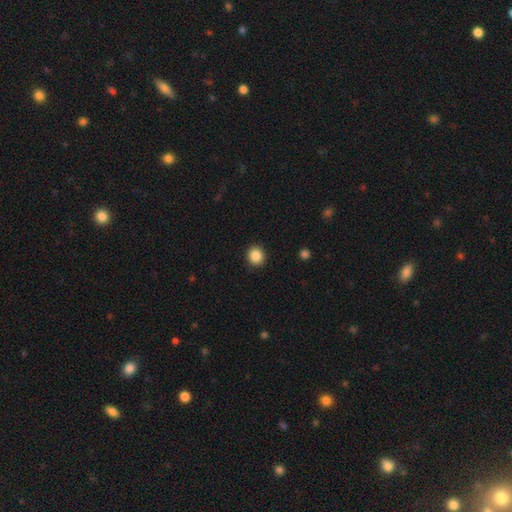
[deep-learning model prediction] Smooth or featured? smooth (87%)
How rounded? round (90%)
Merging? none (92%)